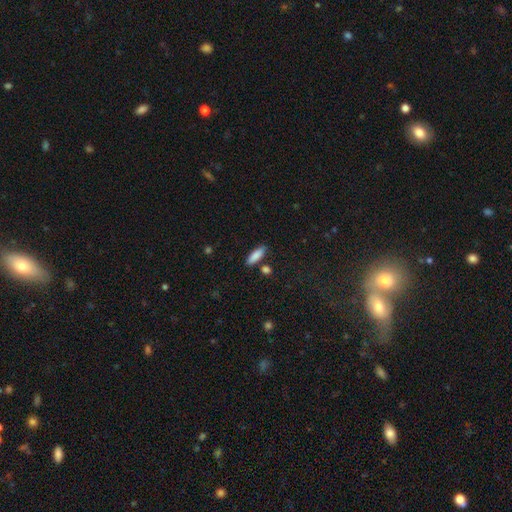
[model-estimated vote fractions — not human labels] smooth_or_featured: smooth (p=0.87) [alt: featured or disk p=0.07]
how_rounded: in between (p=0.54) [alt: cigar-shaped p=0.44]
merging: none (p=0.82) [alt: minor disturbance p=0.11]